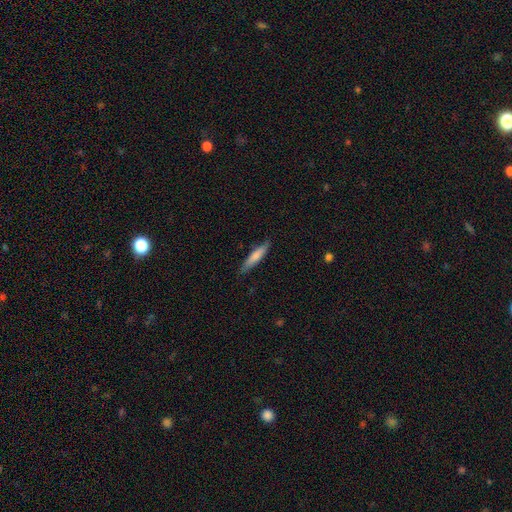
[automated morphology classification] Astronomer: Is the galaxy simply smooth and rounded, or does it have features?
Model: smooth — 72%.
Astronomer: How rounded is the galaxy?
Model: cigar-shaped — 87%.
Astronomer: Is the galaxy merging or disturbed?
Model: none — 84%.